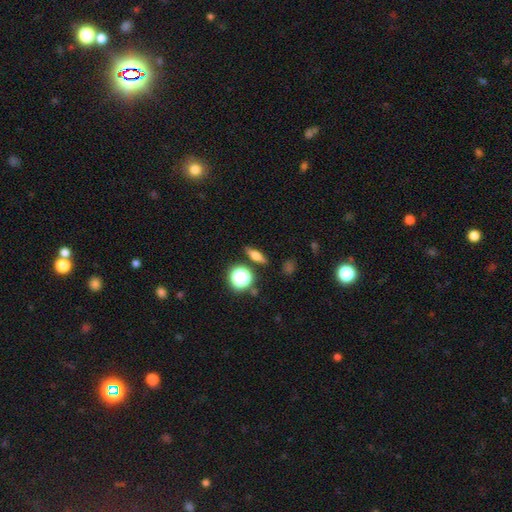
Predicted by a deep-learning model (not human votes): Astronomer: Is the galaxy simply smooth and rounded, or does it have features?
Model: smooth — 57%.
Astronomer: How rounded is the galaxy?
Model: in between — 40% (runner-up: cigar-shaped, 39%).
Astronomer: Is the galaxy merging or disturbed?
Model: none — 85%.